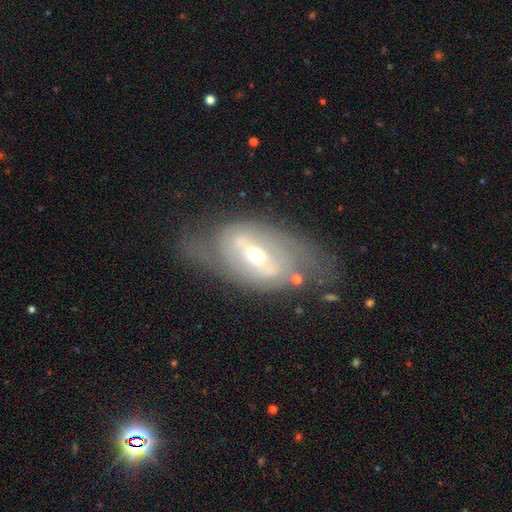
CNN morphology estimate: Smooth or featured?
  - featured or disk: 75% *
  - smooth: 18%
  - star or artifact: 7%
Edge-on disk?
  - no: 91% *
  - yes: 9%
Bar?
  - weak: 40% *
  - strong: 39%
  - no: 20%
Spiral arms?
  - yes: 65% *
  - no: 35%
Bulge size?
  - moderate: 50% *
  - small: 44%
  - large: 4%
  - dominant: 1%
  - none: 1%
Merging?
  - none: 63% *
  - minor disturbance: 20%
  - major disturbance: 14%
  - merger: 3%